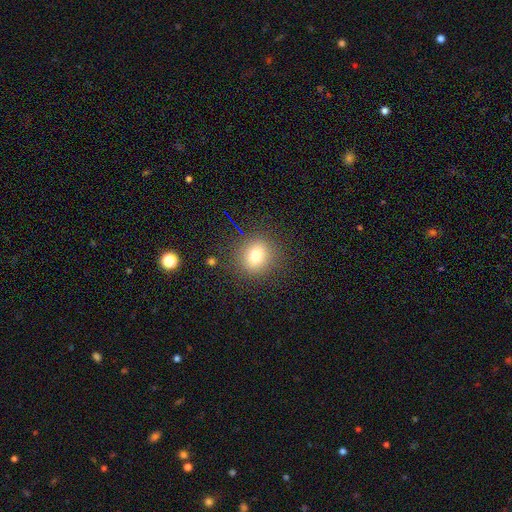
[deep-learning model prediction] Smooth or featured?
  - smooth: 75% *
  - star or artifact: 14%
  - featured or disk: 11%
How rounded?
  - round: 79% *
  - in between: 20%
  - cigar-shaped: 1%
Merging?
  - none: 86% *
  - minor disturbance: 9%
  - major disturbance: 4%
  - merger: 2%